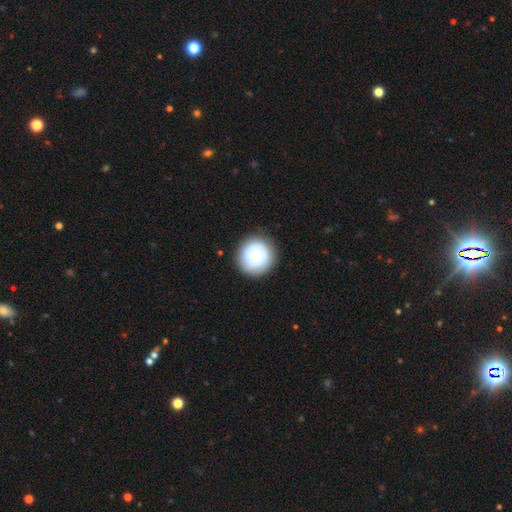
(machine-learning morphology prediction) This is possibly a smooth galaxy (58%). How rounded: clearly round (94%). Merging: clearly none (86%).